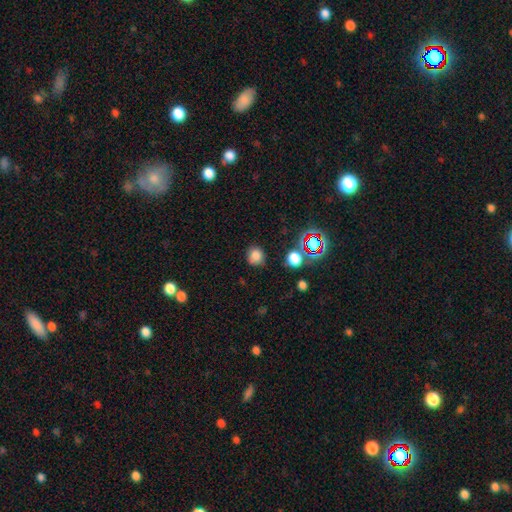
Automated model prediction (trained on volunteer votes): This appears to be a smooth galaxy with no disk features (77%) that is round (82%). Merging: none (79%).